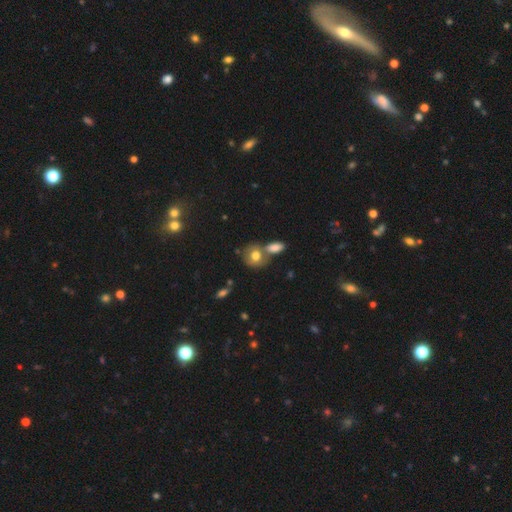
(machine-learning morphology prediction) Overall: smooth (71%). How rounded: round (62%; in between 36%). Merging: none (46%; merger 38%).